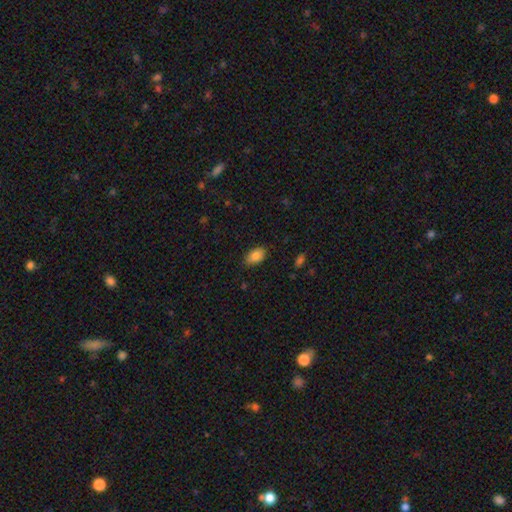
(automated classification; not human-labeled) Overall: smooth (86%). How rounded: in between (91%). Merging: none (83%).